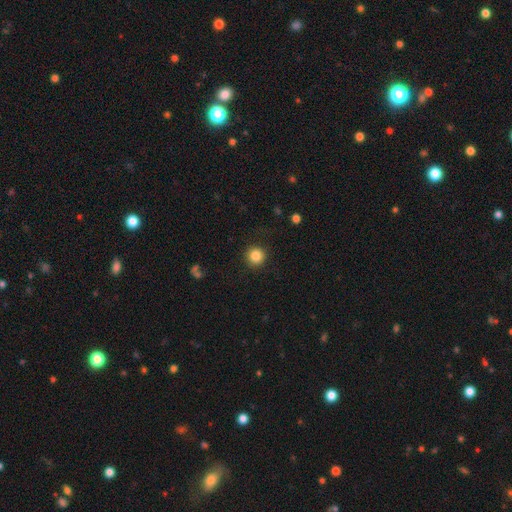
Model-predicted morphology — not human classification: smooth_or_featured: smooth (p=0.85) [alt: star or artifact p=0.11]
how_rounded: round (p=0.95) [alt: in between p=0.04]
merging: none (p=0.91) [alt: minor disturbance p=0.06]